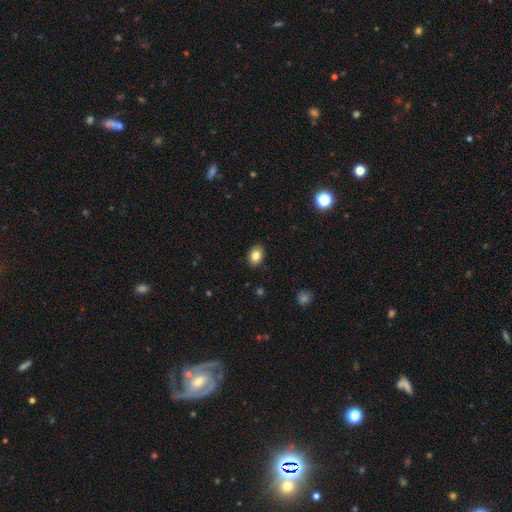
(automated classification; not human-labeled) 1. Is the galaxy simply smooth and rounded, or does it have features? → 84% smooth, 9% star or artifact, 7% featured or disk.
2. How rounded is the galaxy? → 74% in between, 25% round, 1% cigar-shaped.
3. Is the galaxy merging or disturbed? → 89% none, 8% minor disturbance, 2% major disturbance, 1% merger.